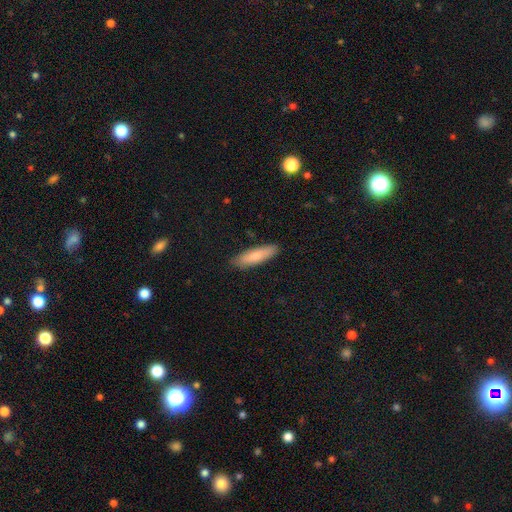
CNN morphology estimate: smooth_or_featured: smooth (p=0.78) [alt: featured or disk p=0.17]
how_rounded: cigar-shaped (p=0.63) [alt: in between p=0.35]
merging: none (p=0.87) [alt: minor disturbance p=0.10]